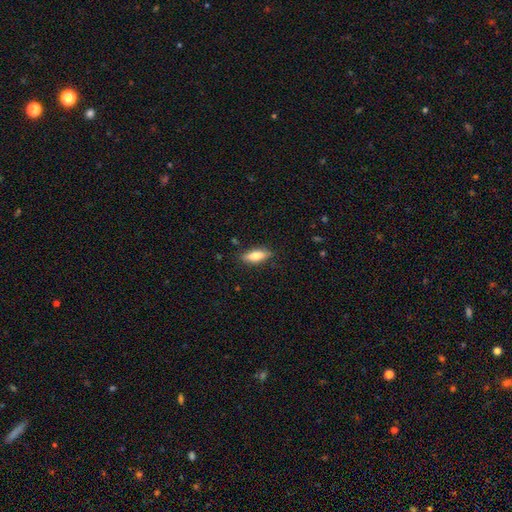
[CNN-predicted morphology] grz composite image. It shows a smooth galaxy with no disk features (72%) that is in between round and cigar-shaped (67%). Merging: none (84%).